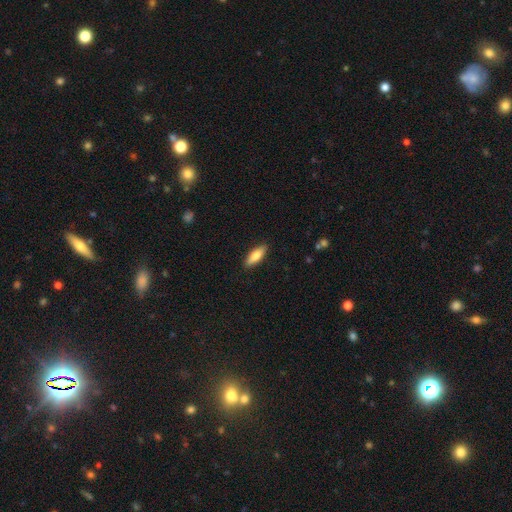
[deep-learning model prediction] This appears to be a smooth galaxy with no disk features (77%) that is in between round and cigar-shaped (58%). Merging: none (88%).